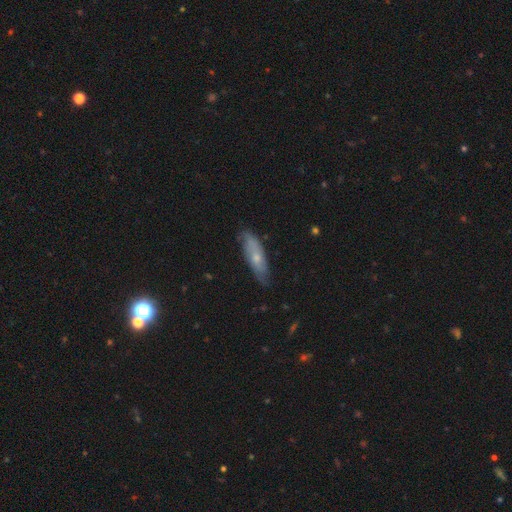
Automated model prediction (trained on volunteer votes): Smooth or featured?
  - featured or disk: 48% *
  - smooth: 45%
  - star or artifact: 7%
Merging?
  - none: 76% *
  - minor disturbance: 19%
  - major disturbance: 4%
  - merger: 1%